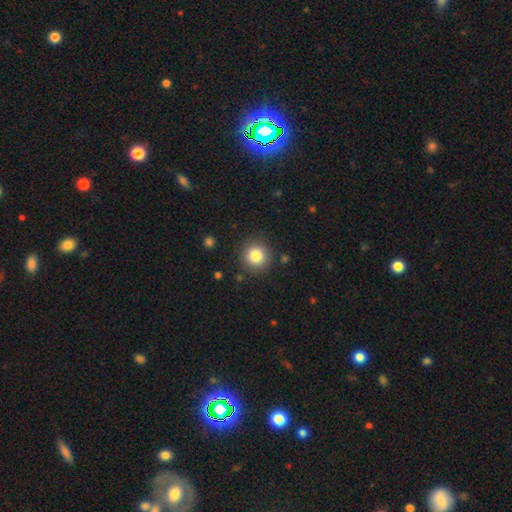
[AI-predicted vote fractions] A smooth galaxy with no disk features (82%) that is round (94%). Merging: none (89%).